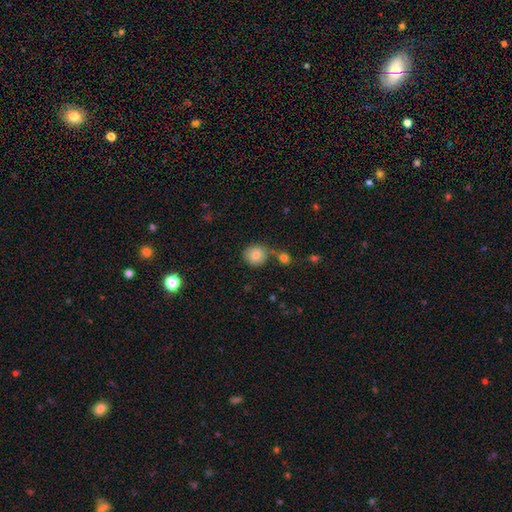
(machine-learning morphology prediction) Smooth or featured? smooth (80%)
How rounded? round (88%)
Merging? none (66%)